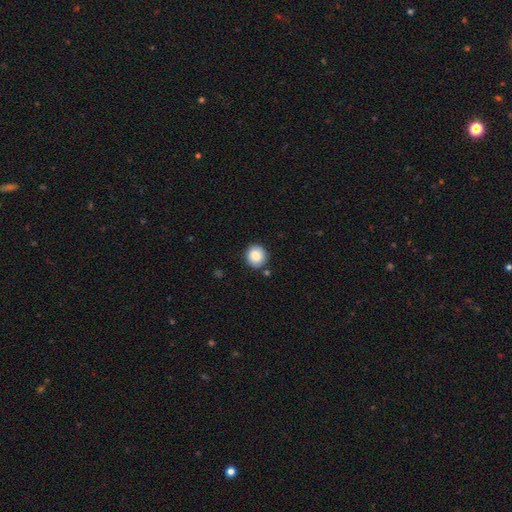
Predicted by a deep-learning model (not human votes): Q: Smooth or featured?
A: smooth (86%); runner-up: star or artifact (8%)
Q: How rounded?
A: round (86%); runner-up: in between (13%)
Q: Merging?
A: none (86%); runner-up: minor disturbance (9%)